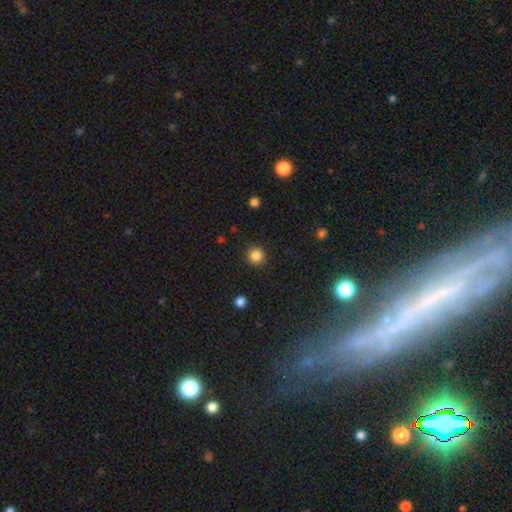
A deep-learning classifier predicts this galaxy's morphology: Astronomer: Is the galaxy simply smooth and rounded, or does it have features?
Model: smooth — 85%.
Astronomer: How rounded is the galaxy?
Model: round — 95%.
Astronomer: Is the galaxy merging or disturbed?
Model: none — 91%.